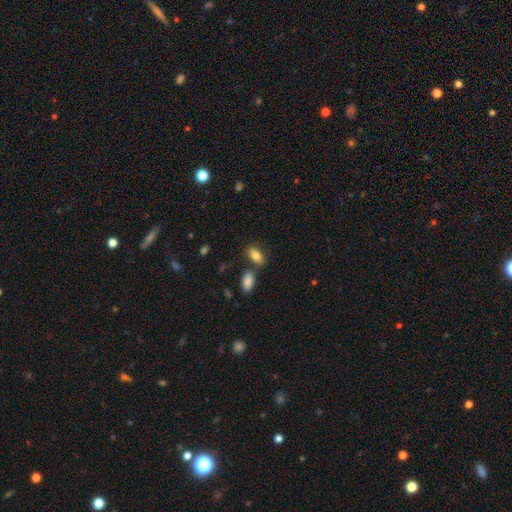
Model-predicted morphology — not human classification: Q: Smooth or featured?
A: smooth (81%); runner-up: featured or disk (11%)
Q: How rounded?
A: in between (89%); runner-up: cigar-shaped (6%)
Q: Merging?
A: none (69%); runner-up: merger (15%)